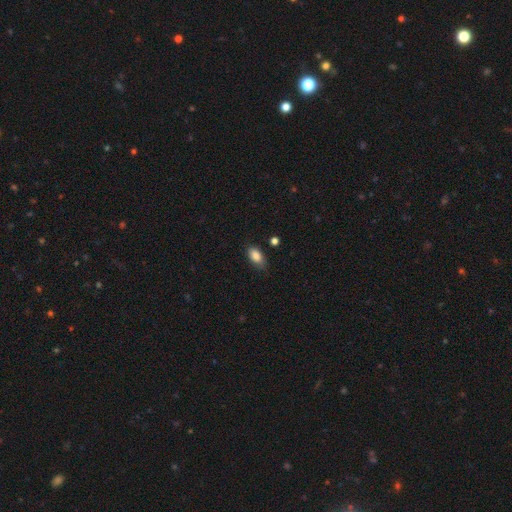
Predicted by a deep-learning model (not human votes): smooth 86%, star or artifact 8%, featured or disk 6%. Down the decision tree: how rounded — in between (91%); merging — none (77%).